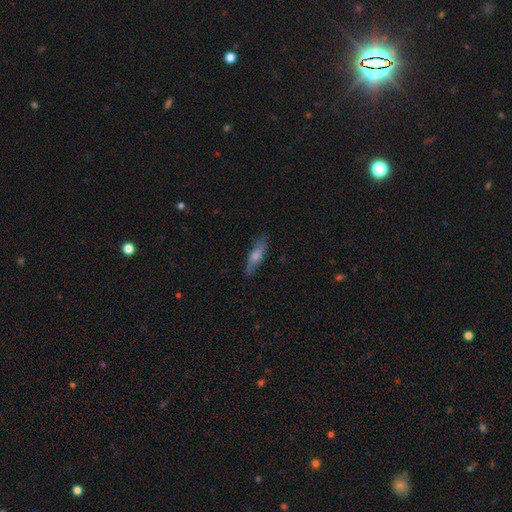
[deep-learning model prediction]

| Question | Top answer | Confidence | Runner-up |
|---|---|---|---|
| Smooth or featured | featured or disk | 46% | tied: smooth (46%) |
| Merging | none | 80% | minor disturbance (15%) |